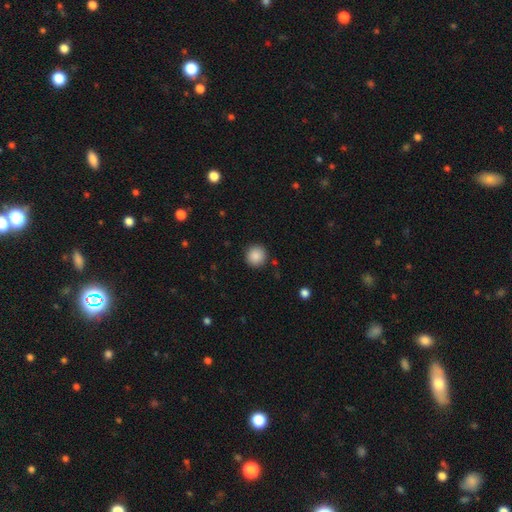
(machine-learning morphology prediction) This is clearly a smooth galaxy (88%). How rounded: clearly round (94%). Merging: clearly none (91%).